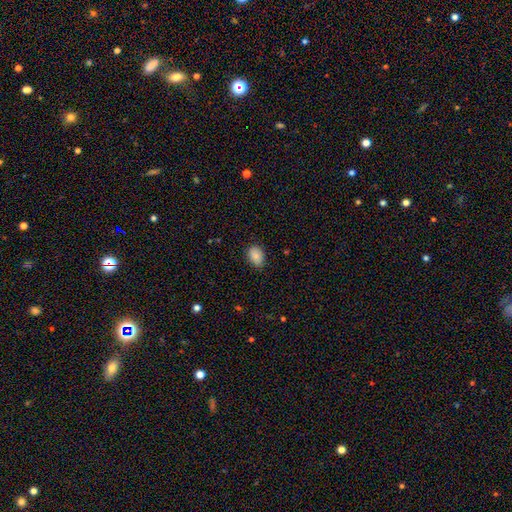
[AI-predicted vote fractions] smooth_or_featured: smooth (p=0.86) [alt: star or artifact p=0.08]
how_rounded: in between (p=0.75) [alt: round p=0.24]
merging: none (p=0.76) [alt: minor disturbance p=0.20]